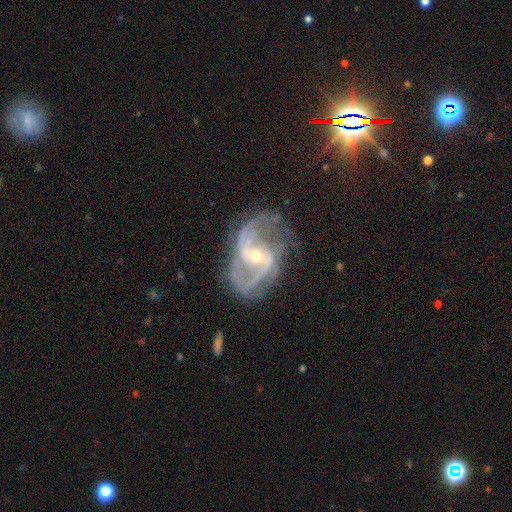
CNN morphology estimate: Smooth or featured?
  - featured or disk: 90% *
  - star or artifact: 6%
  - smooth: 4%
Edge-on disk?
  - no: 97% *
  - yes: 3%
Bar?
  - weak: 42% *
  - no: 36%
  - strong: 21%
Spiral arms?
  - yes: 97% *
  - no: 3%
Spiral winding?
  - medium: 52% *
  - loose: 29%
  - tight: 18%
Spiral arm count?
  - 2: 78% *
  - 3: 8%
  - can't tell: 6%
  - 1: 3%
  - 4: 3%
  - more than 4: 2%
Bulge size?
  - small: 54% *
  - moderate: 43%
  - large: 2%
  - none: 1%
  - dominant: 1%
Merging?
  - none: 63% *
  - minor disturbance: 21%
  - major disturbance: 15%
  - merger: 2%